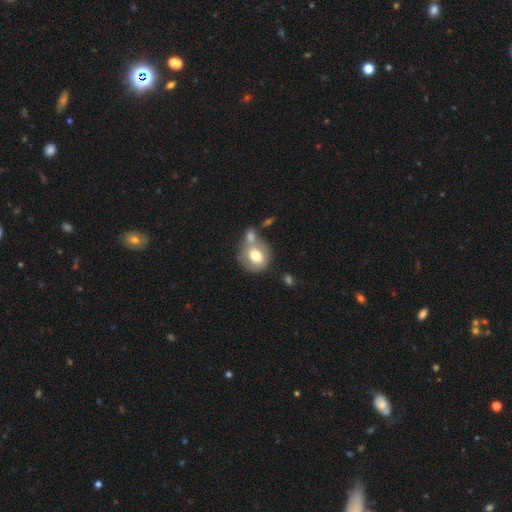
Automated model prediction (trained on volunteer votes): The model was most divided on "merging": none: 43%, merger: 39%, minor disturbance: 13%, major disturbance: 6%. More confident: how rounded — round (79%); smooth or featured — smooth (71%).